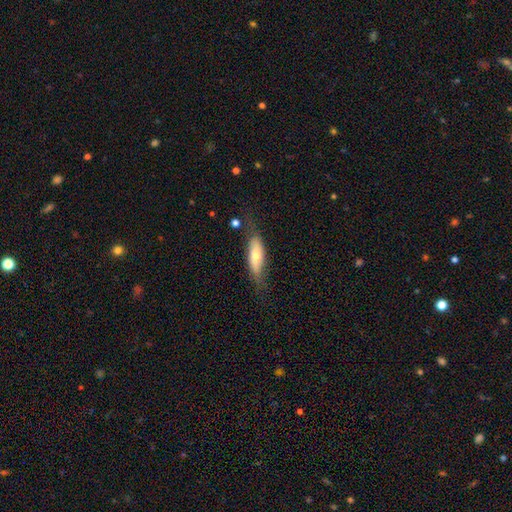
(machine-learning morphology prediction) Overall: smooth (61%; featured or disk 33%). How rounded: in between (61%; cigar-shaped 37%). Merging: none (61%; minor disturbance 25%).